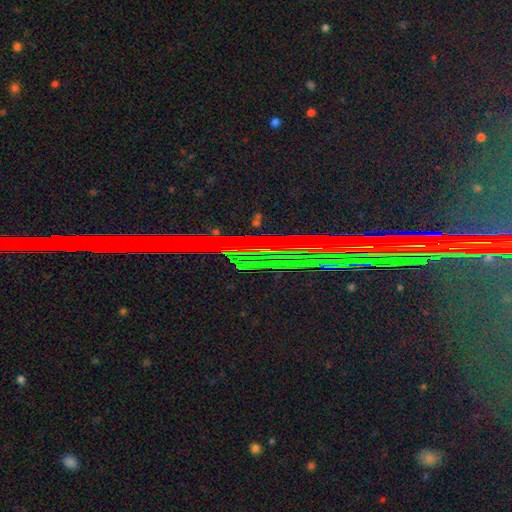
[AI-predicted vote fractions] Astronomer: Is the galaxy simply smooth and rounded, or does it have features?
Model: star or artifact — 81%.